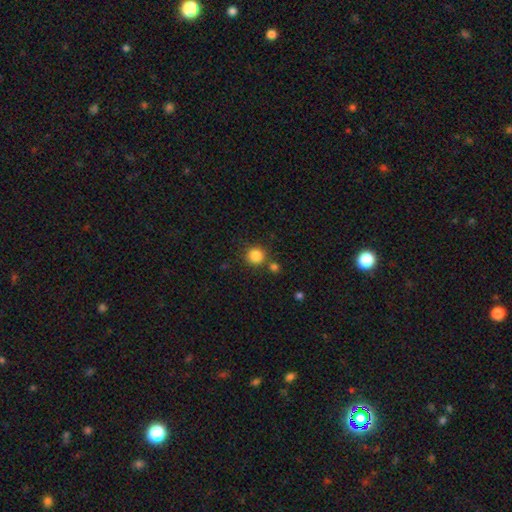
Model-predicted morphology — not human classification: Q: Smooth or featured?
A: smooth (85%); runner-up: star or artifact (11%)
Q: How rounded?
A: round (93%); runner-up: in between (6%)
Q: Merging?
A: none (76%); runner-up: merger (12%)